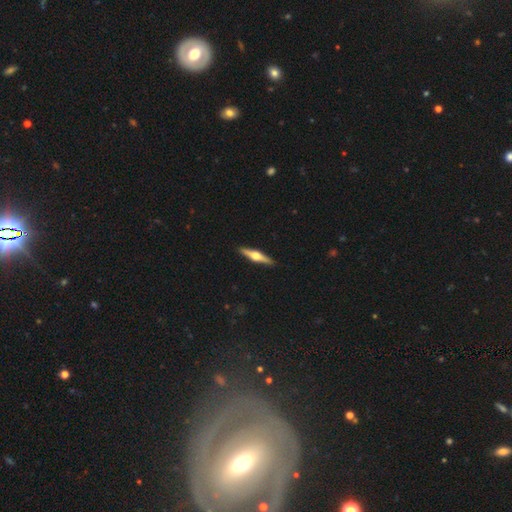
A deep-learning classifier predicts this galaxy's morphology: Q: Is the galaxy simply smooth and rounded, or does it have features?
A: featured or disk — 71%.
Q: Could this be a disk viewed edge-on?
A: yes — 98%.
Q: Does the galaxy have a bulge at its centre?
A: rounded — 95%.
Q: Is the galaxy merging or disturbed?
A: none — 92%.